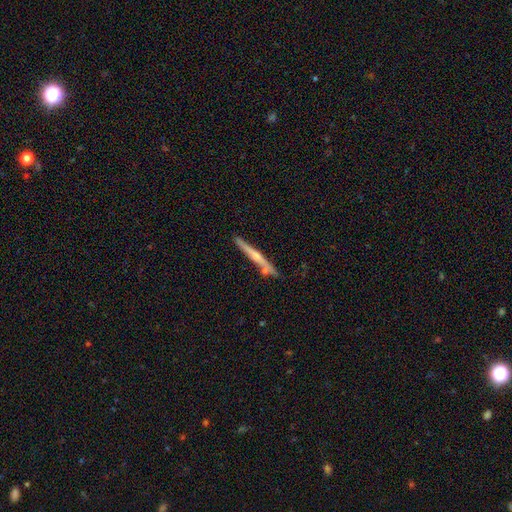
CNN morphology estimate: Q: Smooth or featured?
A: featured or disk (54%); runner-up: smooth (40%)
Q: Edge-on disk?
A: yes (96%); runner-up: no (4%)
Q: Edge-on bulge?
A: rounded (49%); runner-up: none (43%)
Q: Merging?
A: none (75%); runner-up: minor disturbance (14%)